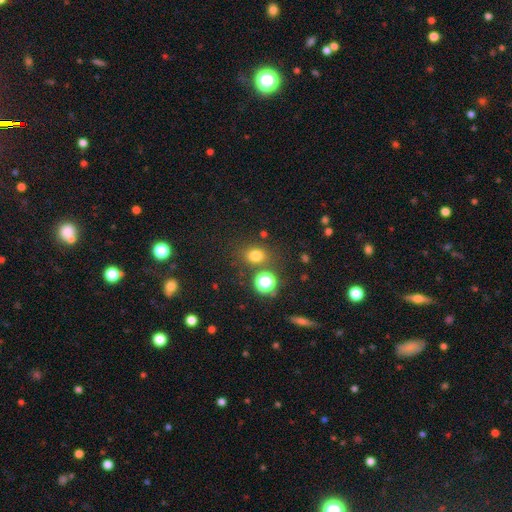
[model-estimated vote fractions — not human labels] Q: Smooth or featured?
A: smooth (75%); runner-up: star or artifact (19%)
Q: How rounded?
A: round (58%); runner-up: in between (41%)
Q: Merging?
A: none (77%); runner-up: minor disturbance (11%)